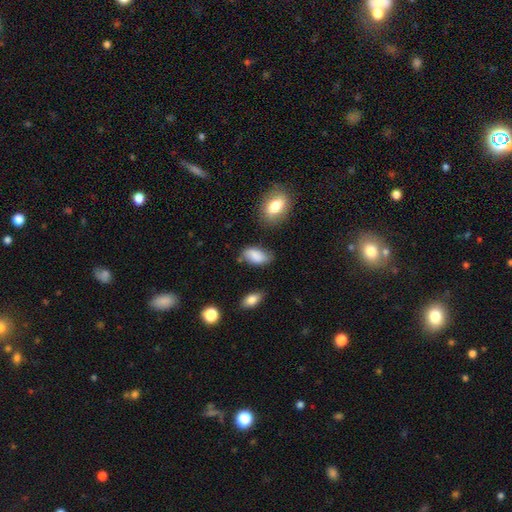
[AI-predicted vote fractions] Q: Smooth or featured?
A: smooth (80%); runner-up: featured or disk (12%)
Q: How rounded?
A: in between (93%); runner-up: round (4%)
Q: Merging?
A: none (61%); runner-up: minor disturbance (28%)